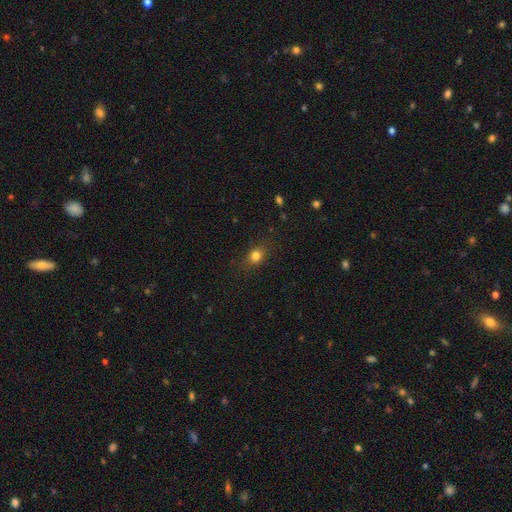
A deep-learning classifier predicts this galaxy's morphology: Q: Smooth or featured?
A: smooth (80%); runner-up: star or artifact (13%)
Q: How rounded?
A: round (57%); runner-up: in between (41%)
Q: Merging?
A: none (82%); runner-up: minor disturbance (12%)